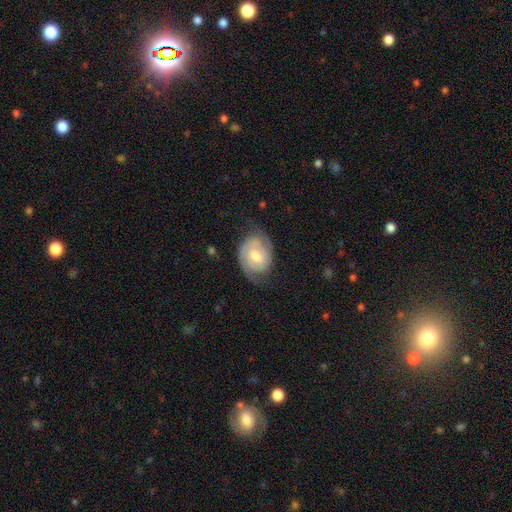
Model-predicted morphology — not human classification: Smooth or featured? featured or disk (80%)
Edge-on disk? no (97%)
Bar? no (52%)
Spiral arms? yes (95%)
Spiral winding? tight (57%)
Spiral arm count? 2 (85%)
Bulge size? moderate (69%)
Merging? none (73%)